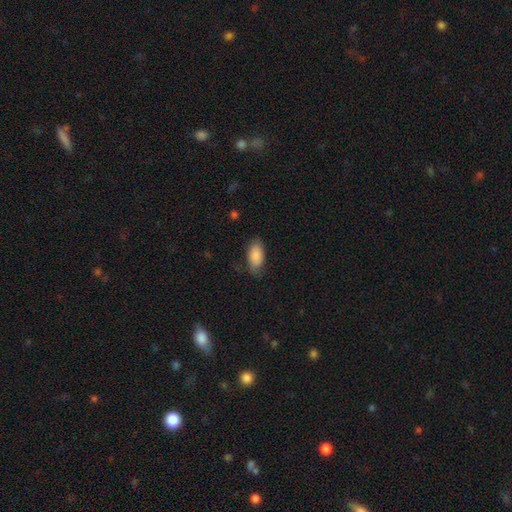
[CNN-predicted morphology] Q: Smooth or featured?
A: smooth (86%); runner-up: featured or disk (8%)
Q: How rounded?
A: in between (94%); runner-up: cigar-shaped (3%)
Q: Merging?
A: none (69%); runner-up: minor disturbance (23%)